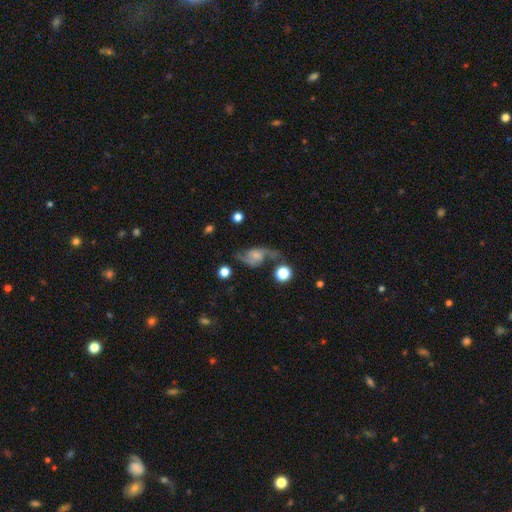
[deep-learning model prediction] Smooth or featured? featured or disk (77%)
Edge-on disk? no (97%)
Bar? no (54%)
Spiral arms? yes (94%)
Spiral winding? loose (67%)
Spiral arm count? 2 (91%)
Bulge size? small (40%)
Merging? none (55%)